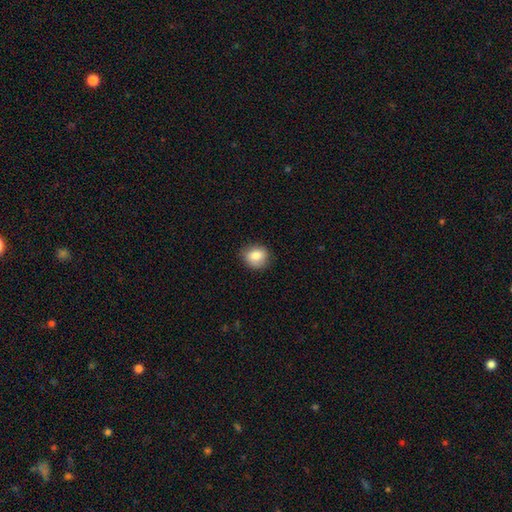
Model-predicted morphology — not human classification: Q: Smooth or featured?
A: smooth (83%); runner-up: star or artifact (9%)
Q: How rounded?
A: round (71%); runner-up: in between (28%)
Q: Merging?
A: none (81%); runner-up: minor disturbance (15%)